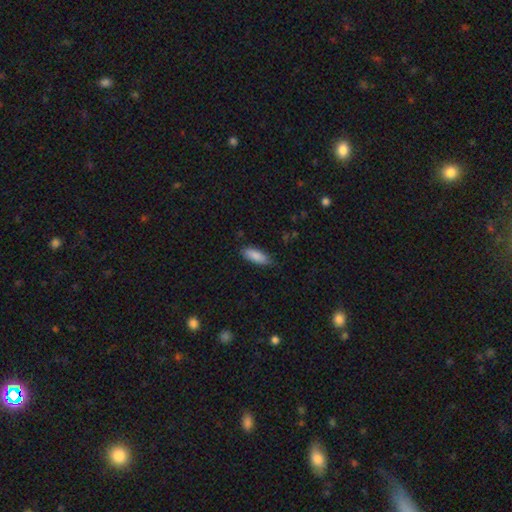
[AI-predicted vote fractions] Smooth or featured: smooth — 87% (featured or disk — 7%)
How rounded: in between — 70% (cigar-shaped — 28%)
Merging: none — 81% (minor disturbance — 15%)